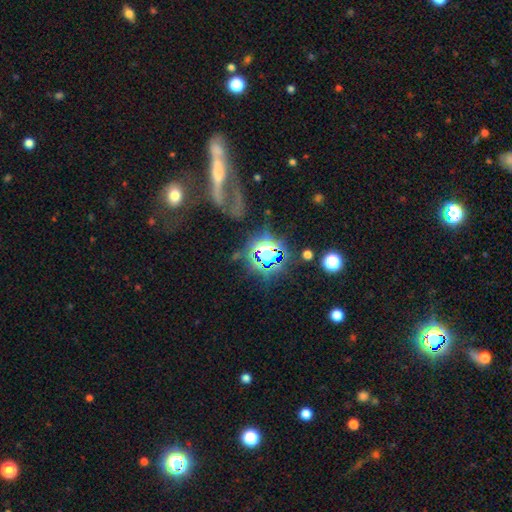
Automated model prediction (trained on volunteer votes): Morphology: type=star or artifact (50%).